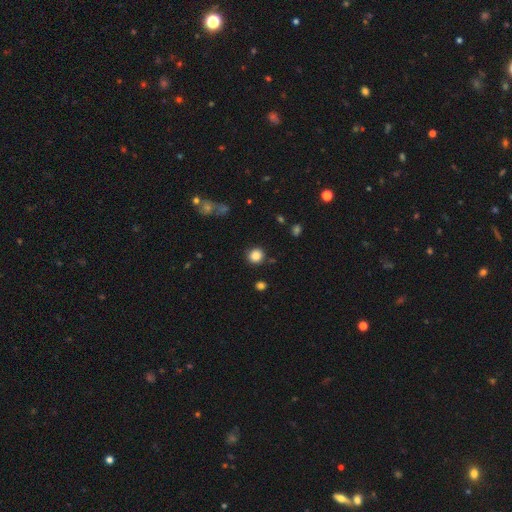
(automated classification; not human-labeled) smooth 86%, star or artifact 11%, featured or disk 4%. Down the decision tree: how rounded — round (90%); merging — none (87%).